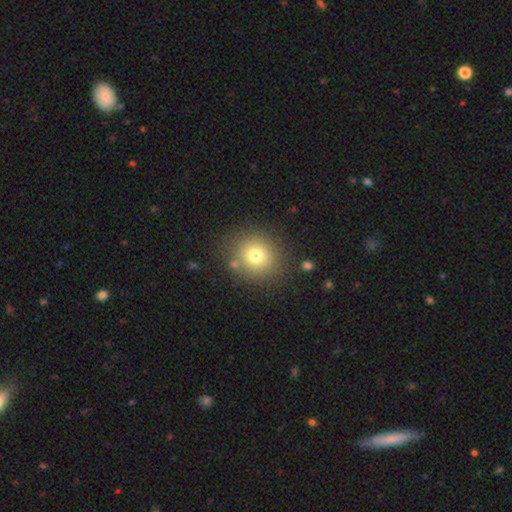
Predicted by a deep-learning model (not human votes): Smooth or featured?
  - smooth: 74% *
  - star or artifact: 14%
  - featured or disk: 12%
How rounded?
  - round: 86% *
  - in between: 13%
  - cigar-shaped: 1%
Merging?
  - none: 83% *
  - minor disturbance: 9%
  - merger: 4%
  - major disturbance: 4%